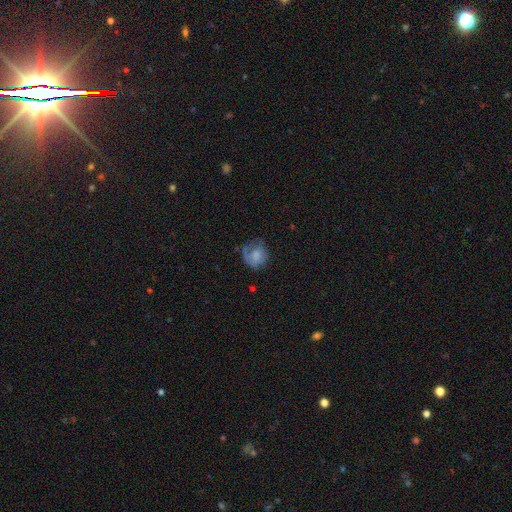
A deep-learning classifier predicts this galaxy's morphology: smooth-or-featured: smooth: 59% | featured or disk: 32% | star or artifact: 9%
  how-rounded: round: 71% | in between: 28% | cigar-shaped: 1%
  merging: none: 47% | minor disturbance: 27% | major disturbance: 24% | merger: 2%